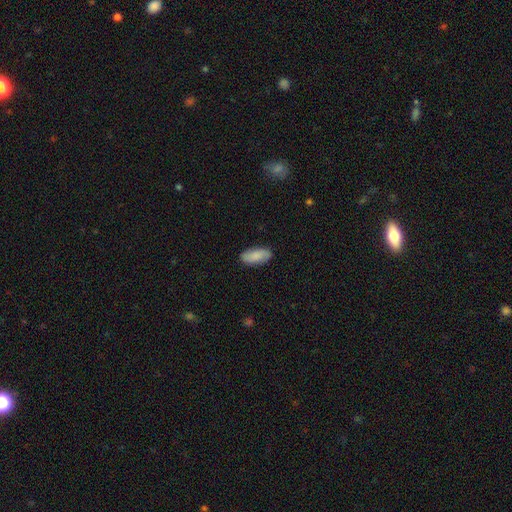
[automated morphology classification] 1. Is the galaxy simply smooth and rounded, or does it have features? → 84% smooth, 10% featured or disk, 6% star or artifact.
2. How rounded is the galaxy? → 88% in between, 10% cigar-shaped, 2% round.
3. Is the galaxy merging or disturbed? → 87% none, 10% minor disturbance, 2% major disturbance, 1% merger.